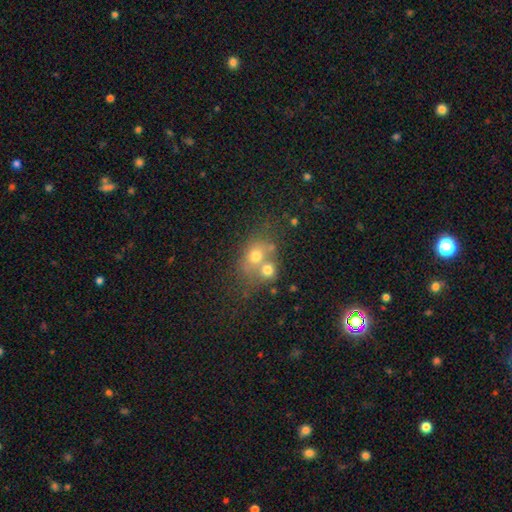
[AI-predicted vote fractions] This appears to be a smooth galaxy with no disk features (64%) that is round (61%). Merging: merger (53%).